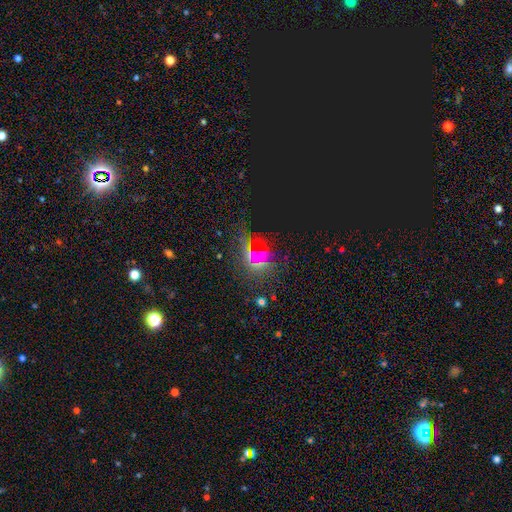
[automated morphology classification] Smooth or featured?
  - star or artifact: 55% *
  - smooth: 32%
  - featured or disk: 13%